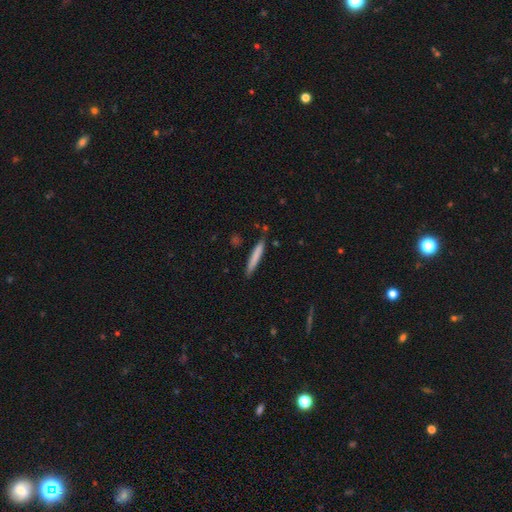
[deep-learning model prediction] A smooth galaxy with no disk features (77%) that is cigar-shaped (95%).

Vote fractions:
- Smooth or featured? smooth: 77% / featured or disk: 17% / star or artifact: 6%
- How rounded? cigar-shaped: 95% / in between: 4% / round: 1%
- Merging? none: 85% / minor disturbance: 11% / merger: 2% / major disturbance: 2%